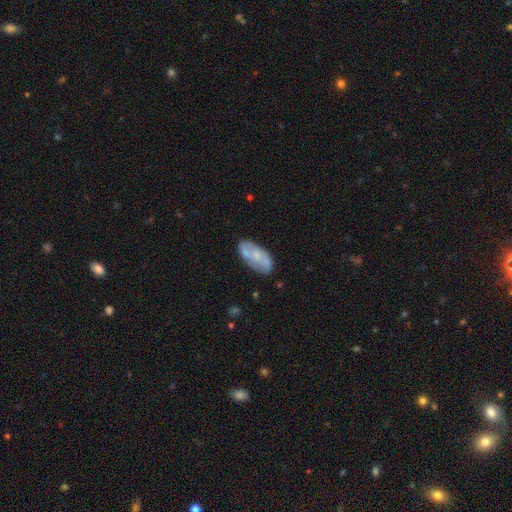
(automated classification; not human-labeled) The model was most divided on "spiral arms": yes: 55%, no: 45%. More confident: edge-on disk — no (93%); bar — no (71%); merging — none (67%); smooth or featured — featured or disk (54%); bulge size — small (54%).